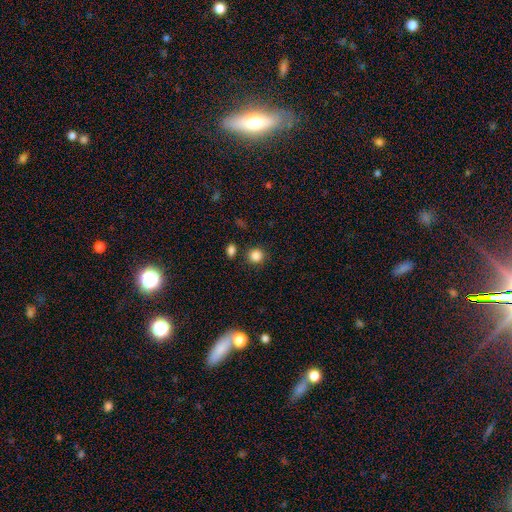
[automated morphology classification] type=smooth (86%); roundness=round (89%); merging=none (84%).